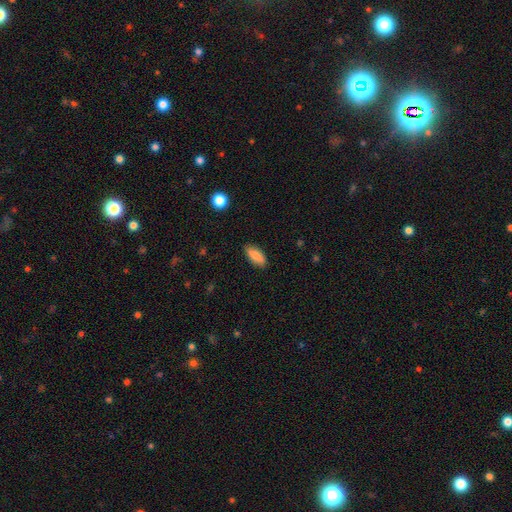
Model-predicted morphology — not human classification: The model was most divided on "how rounded": in between: 83%, cigar-shaped: 15%, round: 2%. More confident: merging — none (86%); smooth or featured — smooth (86%).